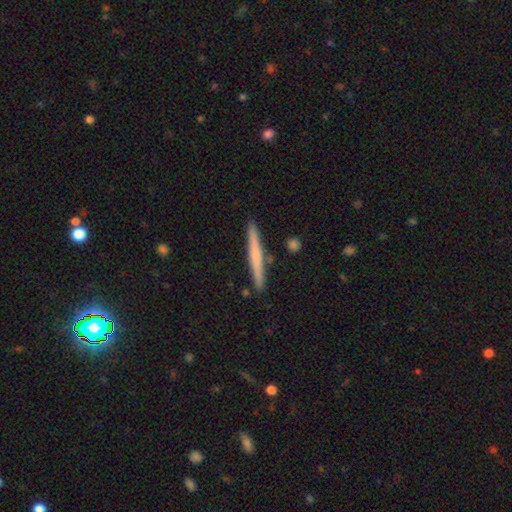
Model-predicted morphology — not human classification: This appears to be a smooth galaxy with no disk features (55%) that is cigar-shaped (97%). Merging: none (89%).